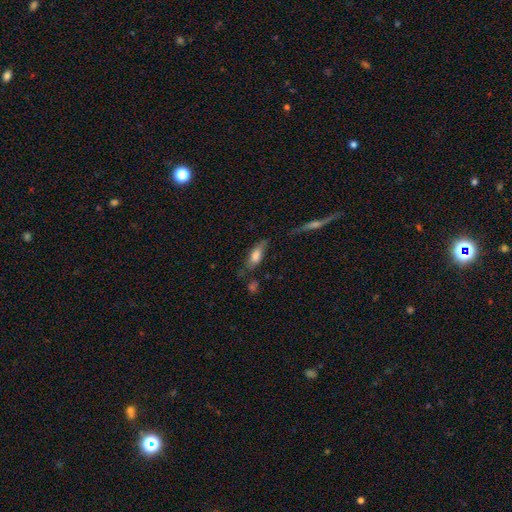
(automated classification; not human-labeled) A smooth galaxy with no disk features (69%) that is in between round and cigar-shaped (63%). Merging: none (56%).